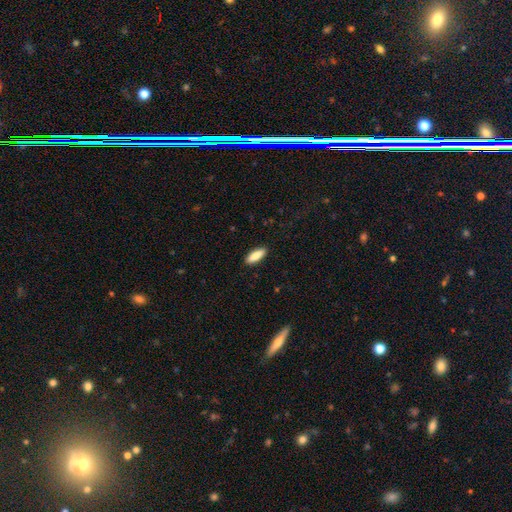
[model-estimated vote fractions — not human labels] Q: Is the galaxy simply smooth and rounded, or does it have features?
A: smooth — 88%.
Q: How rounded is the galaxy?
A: in between — 63%.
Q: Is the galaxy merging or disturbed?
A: none — 90%.